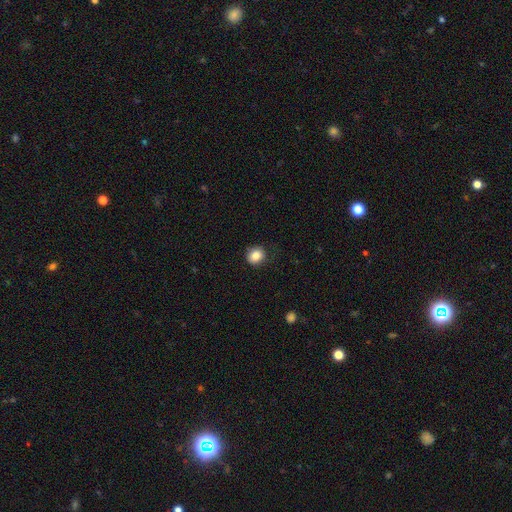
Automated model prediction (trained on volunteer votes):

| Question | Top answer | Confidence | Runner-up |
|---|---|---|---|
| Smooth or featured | smooth | 86% | star or artifact (10%) |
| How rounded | round | 72% | in between (27%) |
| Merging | none | 79% | minor disturbance (16%) |